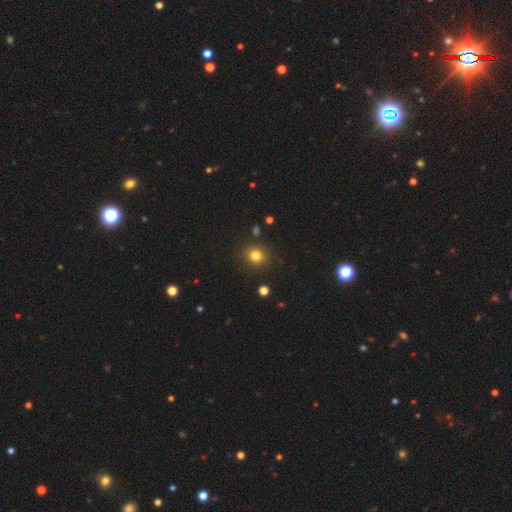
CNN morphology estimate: Smooth or featured? Predicted: smooth (p=0.80). How rounded? Predicted: round (p=0.79). Merging? Predicted: none (p=0.87).